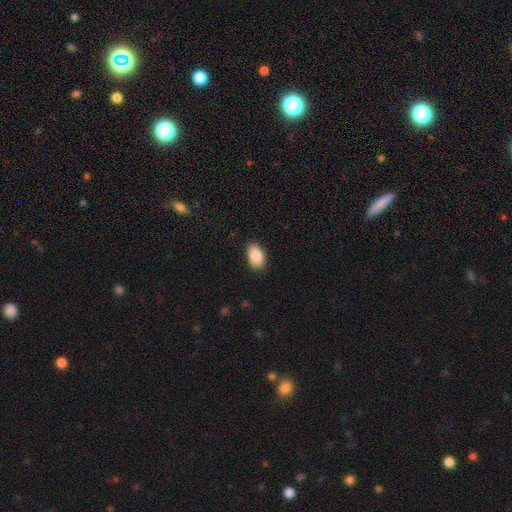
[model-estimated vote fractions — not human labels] Smooth or featured: smooth — 89% (star or artifact — 7%)
How rounded: in between — 93% (round — 6%)
Merging: none — 87% (minor disturbance — 10%)